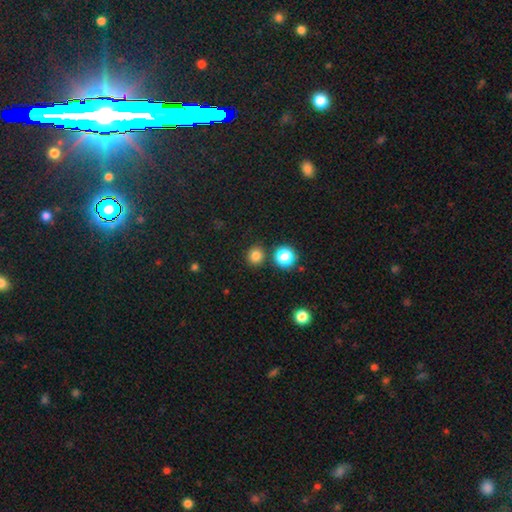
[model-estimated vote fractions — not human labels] This appears to be a smooth galaxy with no disk features (80%) that is round (90%). Merging: none (86%).